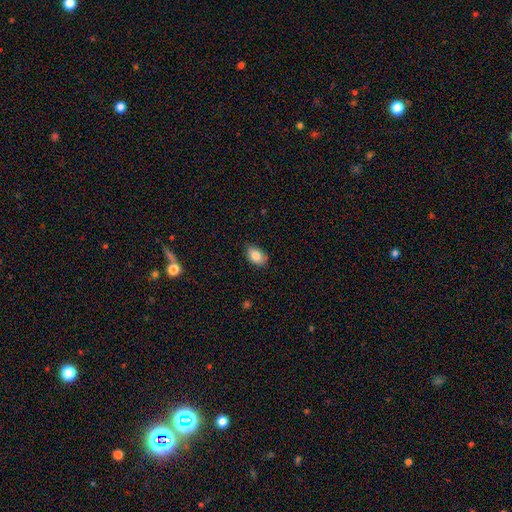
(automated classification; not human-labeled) smooth-or-featured: smooth: 85% | star or artifact: 8% | featured or disk: 7%
  how-rounded: in between: 88% | round: 11% | cigar-shaped: 1%
  merging: none: 72% | minor disturbance: 24% | major disturbance: 4% | merger: 1%